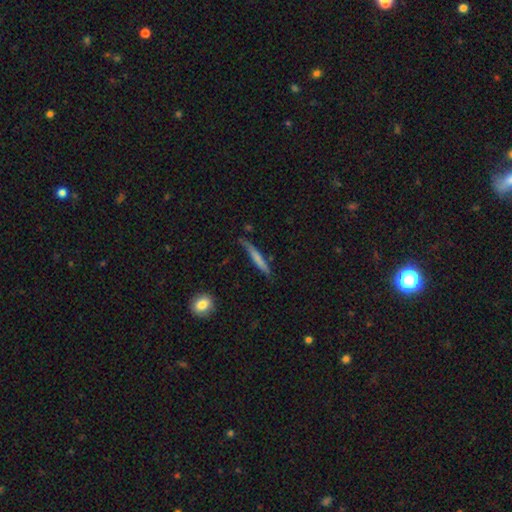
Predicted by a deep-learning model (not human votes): smooth_or_featured: smooth (p=0.60) [alt: featured or disk p=0.34]
how_rounded: cigar-shaped (p=0.94) [alt: in between p=0.04]
merging: none (p=0.77) [alt: minor disturbance p=0.17]